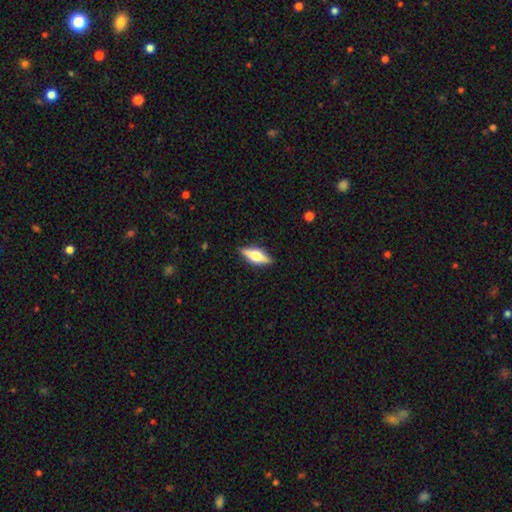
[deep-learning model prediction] This is possibly a featured or disk galaxy (59%). It is clearly viewed edge-on (95%). Edge-on bulge: clearly rounded (92%). Merging: clearly none (89%).